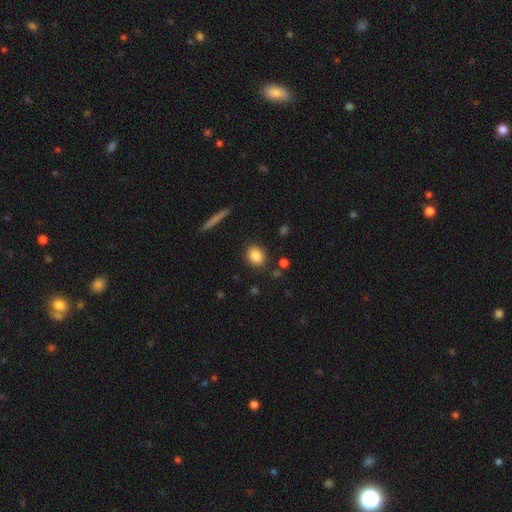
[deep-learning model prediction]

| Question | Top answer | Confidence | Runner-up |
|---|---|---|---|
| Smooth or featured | smooth | 85% | star or artifact (9%) |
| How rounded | round | 50% | in between (48%) |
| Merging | none | 87% | minor disturbance (8%) |